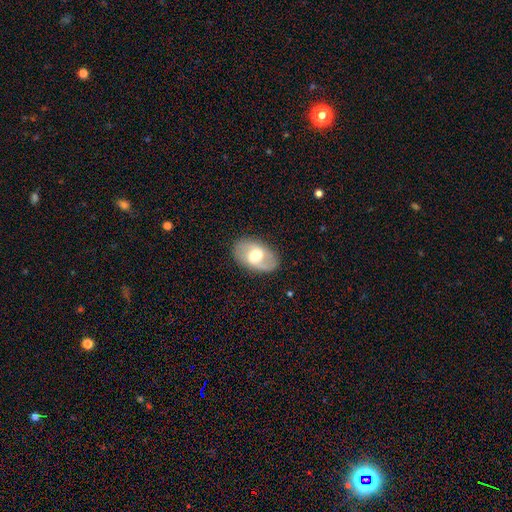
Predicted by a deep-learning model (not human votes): This is possibly a featured or disk galaxy (58%). It is clearly not viewed edge-on (93%). Bar: marginally weak (45%). Spiral arm pattern: likely yes (62%). Central bulge: likely moderate (60%). Merging: clearly none (84%).